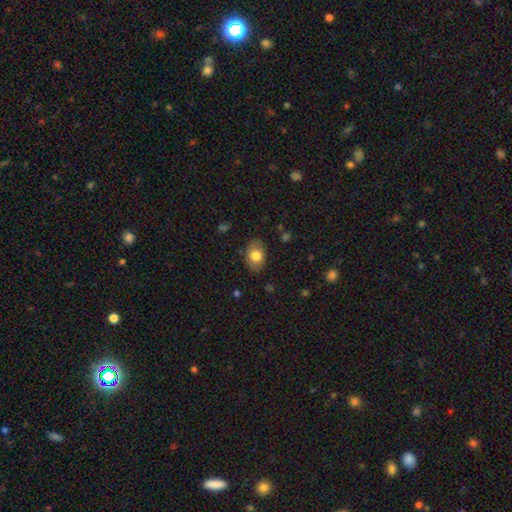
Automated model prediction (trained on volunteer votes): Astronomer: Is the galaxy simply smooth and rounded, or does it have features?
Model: smooth — 77%.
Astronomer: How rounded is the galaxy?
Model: in between — 81%.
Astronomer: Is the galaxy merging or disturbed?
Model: none — 82%.